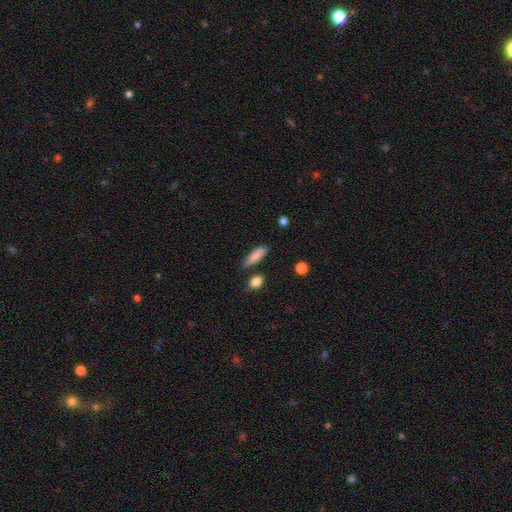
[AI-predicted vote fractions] Q: Smooth or featured?
A: smooth (84%); runner-up: featured or disk (10%)
Q: How rounded?
A: cigar-shaped (51%); runner-up: in between (46%)
Q: Merging?
A: none (79%); runner-up: minor disturbance (13%)